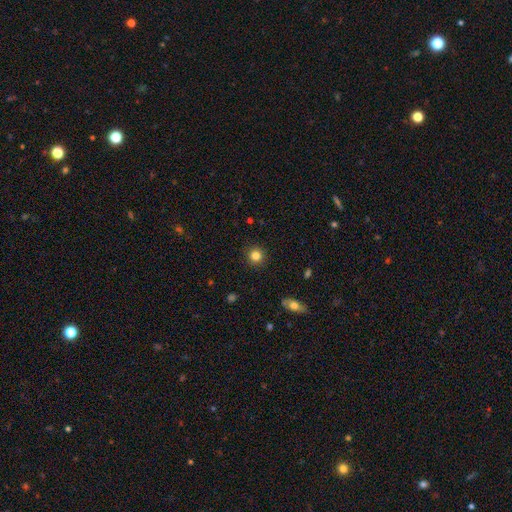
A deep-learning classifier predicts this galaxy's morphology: smooth 83%, star or artifact 11%, featured or disk 6%. Down the decision tree: how rounded — round (93%); merging — none (92%).